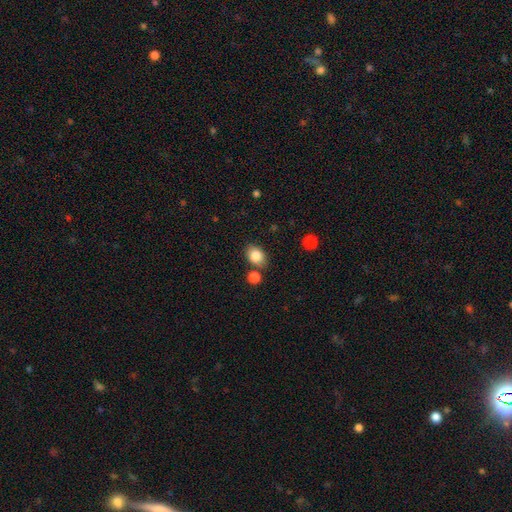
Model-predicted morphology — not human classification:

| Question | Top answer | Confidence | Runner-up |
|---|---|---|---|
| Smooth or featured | smooth | 85% | star or artifact (9%) |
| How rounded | in between | 71% | round (28%) |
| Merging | none | 74% | minor disturbance (13%) |